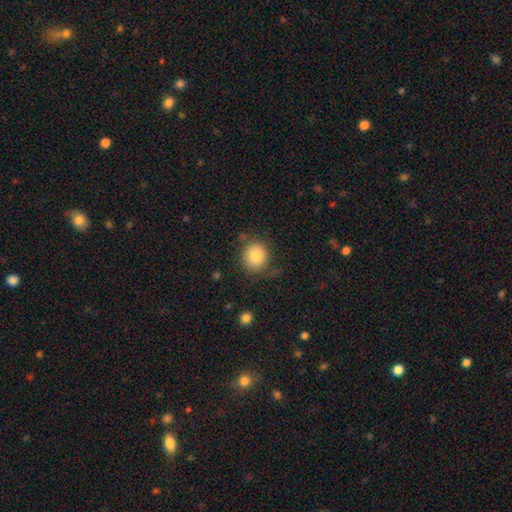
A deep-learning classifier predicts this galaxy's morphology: A smooth galaxy with no disk features (82%) that is round (84%). Merging: none (75%).